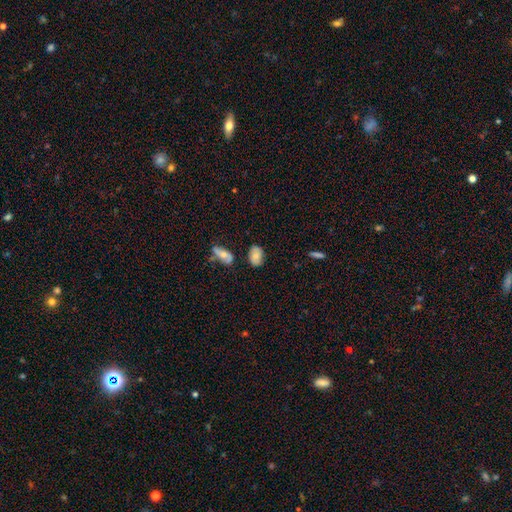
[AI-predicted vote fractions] Overall: smooth (75%). How rounded: in between (86%). Merging: none (69%).